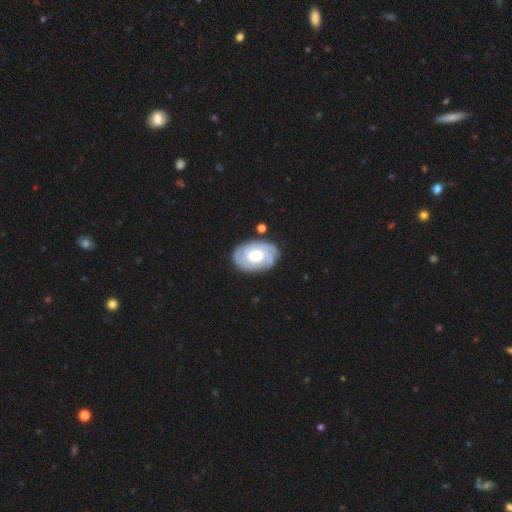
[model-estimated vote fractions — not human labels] A featured or disk galaxy (76%) with no bar (70%), tight (68%) spiral arms (91%) and a moderate central bulge (69%).

Vote fractions:
- Smooth or featured? featured or disk: 76% / smooth: 19% / star or artifact: 5%
- Edge-on disk? no: 96% / yes: 4%
- Bar? no: 70% / weak: 25% / strong: 5%
- Spiral arms? yes: 91% / no: 9%
- Spiral winding? tight: 68% / medium: 25% / loose: 7%
- Spiral arm count? can't tell: 35% / 3: 25% / 2: 17% / 4: 12% / more than 4: 6% / 1: 5%
- Bulge size? moderate: 69% / large: 20% / small: 9% / dominant: 1% / none: 1%
- Merging? none: 80% / minor disturbance: 14% / major disturbance: 4% / merger: 2%